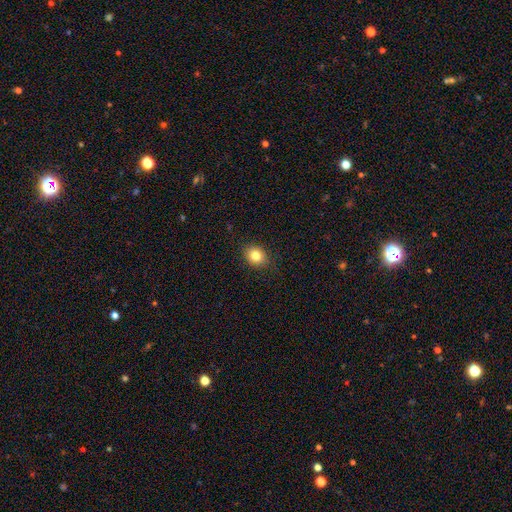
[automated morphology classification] Q: Smooth or featured?
A: smooth (82%); runner-up: star or artifact (10%)
Q: How rounded?
A: round (50%); runner-up: in between (49%)
Q: Merging?
A: none (87%); runner-up: minor disturbance (9%)